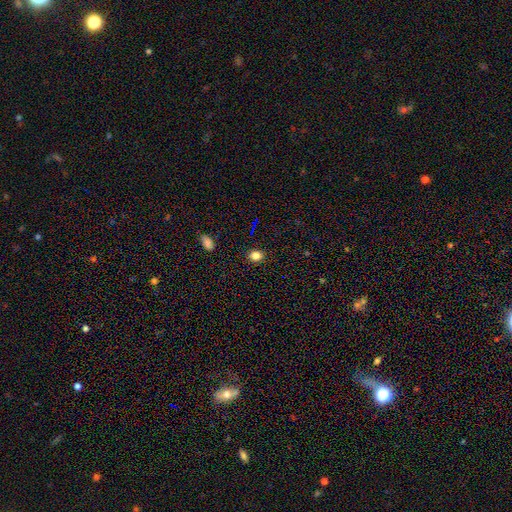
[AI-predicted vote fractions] This appears to be a smooth galaxy with no disk features (82%) that is round (58%). Merging: none (90%).